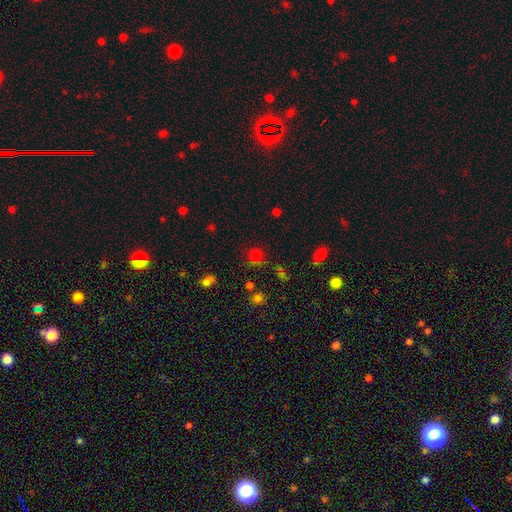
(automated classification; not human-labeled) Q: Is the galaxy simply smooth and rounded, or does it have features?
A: smooth — 61%.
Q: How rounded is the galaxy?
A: round — 87%.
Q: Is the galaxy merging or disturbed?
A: none — 69%.